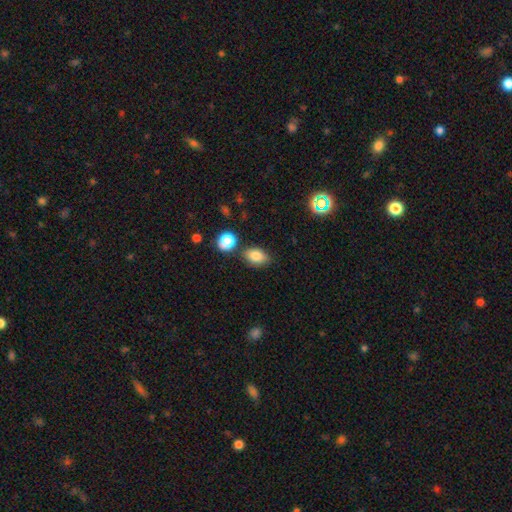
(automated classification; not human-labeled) A smooth galaxy with no disk features (83%) that is in between round and cigar-shaped (83%).

Vote fractions:
- Smooth or featured? smooth: 83% / star or artifact: 10% / featured or disk: 7%
- How rounded? in between: 83% / round: 16% / cigar-shaped: 2%
- Merging? none: 75% / minor disturbance: 14% / merger: 7% / major disturbance: 3%